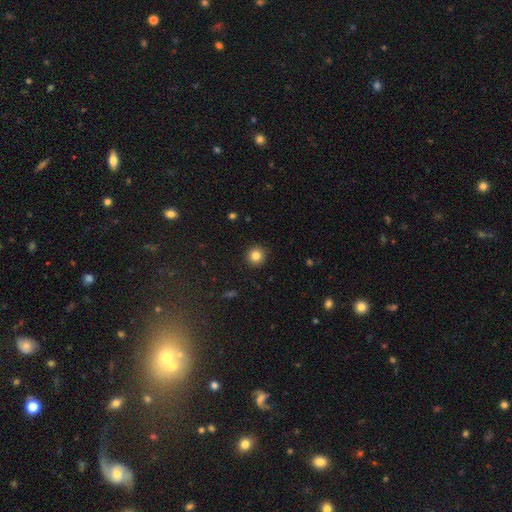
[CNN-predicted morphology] This is clearly a smooth galaxy (83%). How rounded: clearly round (95%). Merging: clearly none (92%).